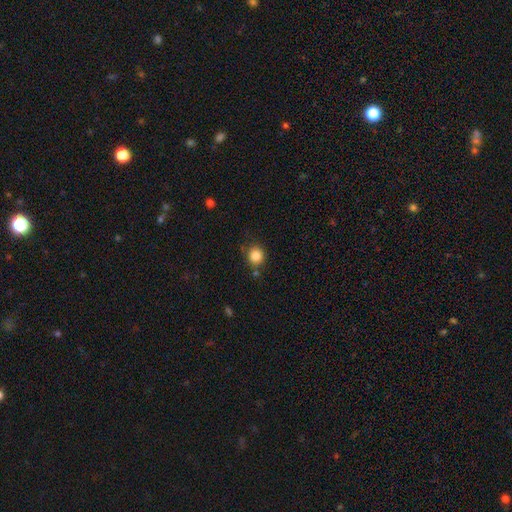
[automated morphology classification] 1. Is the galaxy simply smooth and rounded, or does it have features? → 85% smooth, 11% star or artifact, 4% featured or disk.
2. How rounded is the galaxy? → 88% round, 11% in between, 1% cigar-shaped.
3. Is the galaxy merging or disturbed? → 79% none, 12% minor disturbance, 6% merger, 4% major disturbance.